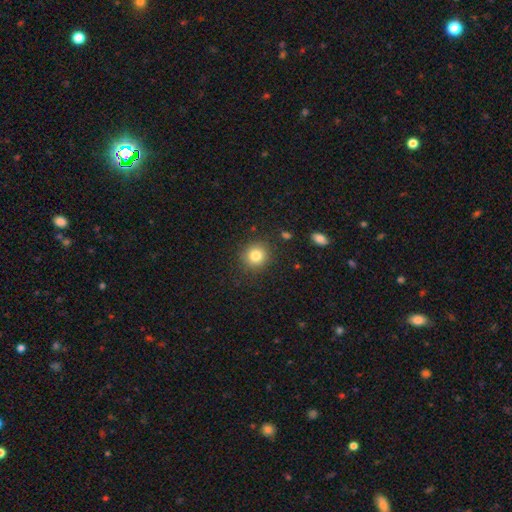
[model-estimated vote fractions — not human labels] smooth-or-featured: smooth: 83% | star or artifact: 11% | featured or disk: 7%
  how-rounded: round: 88% | in between: 11% | cigar-shaped: 1%
  merging: none: 87% | minor disturbance: 8% | major disturbance: 3% | merger: 2%